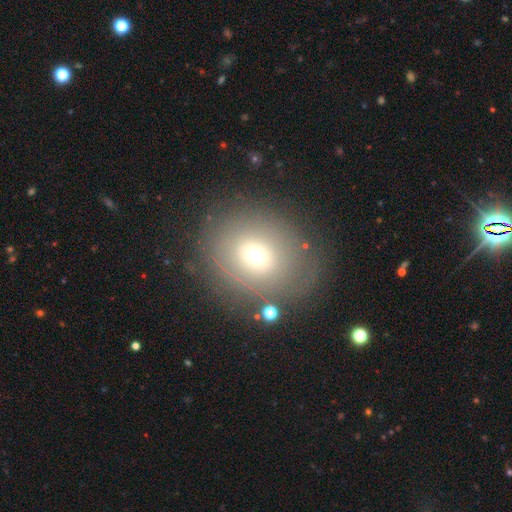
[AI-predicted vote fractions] smooth-or-featured: smooth: 60% | featured or disk: 25% | star or artifact: 15%
  how-rounded: round: 73% | in between: 26% | cigar-shaped: 1%
  merging: none: 75% | minor disturbance: 14% | major disturbance: 8% | merger: 3%